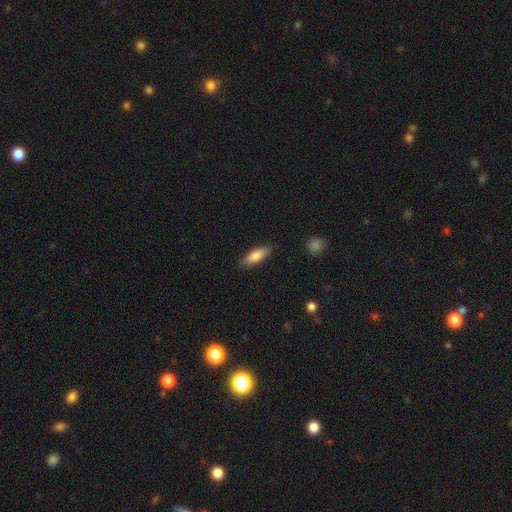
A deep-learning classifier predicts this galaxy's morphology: Smooth or featured?
  - smooth: 78% *
  - featured or disk: 16%
  - star or artifact: 6%
How rounded?
  - in between: 66% *
  - cigar-shaped: 32%
  - round: 2%
Merging?
  - none: 85% *
  - minor disturbance: 12%
  - major disturbance: 2%
  - merger: 1%